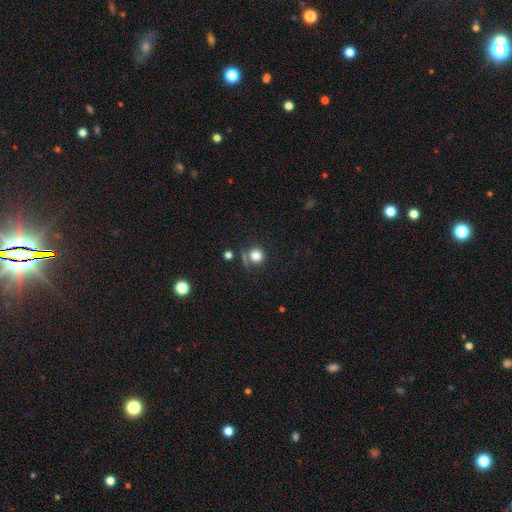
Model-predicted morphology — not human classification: Smooth or featured? smooth (79%)
How rounded? round (92%)
Merging? none (72%)